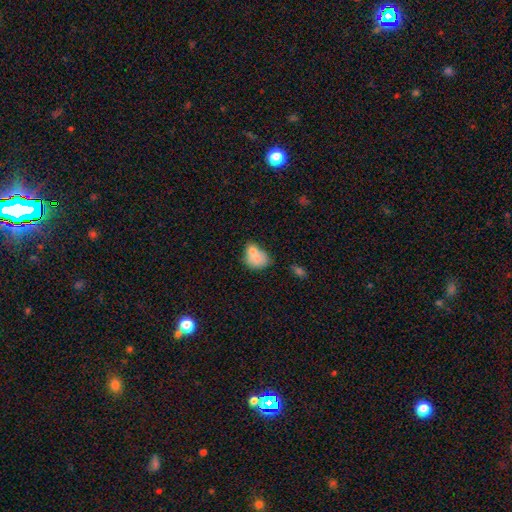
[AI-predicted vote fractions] Morphology: type=smooth (73%); roundness=in between (61%); merging=merger (43%).